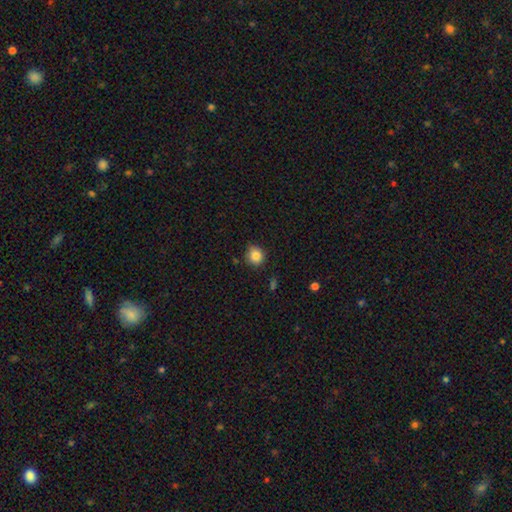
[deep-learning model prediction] This is clearly a smooth galaxy (84%). How rounded: clearly round (86%). Merging: likely none (79%).